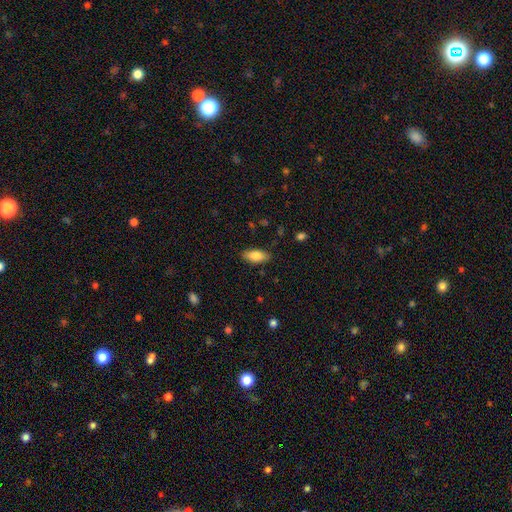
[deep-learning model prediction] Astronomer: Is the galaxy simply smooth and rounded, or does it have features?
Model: smooth — 81%.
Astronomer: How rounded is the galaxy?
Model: in between — 85%.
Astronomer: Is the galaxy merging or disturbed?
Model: none — 86%.